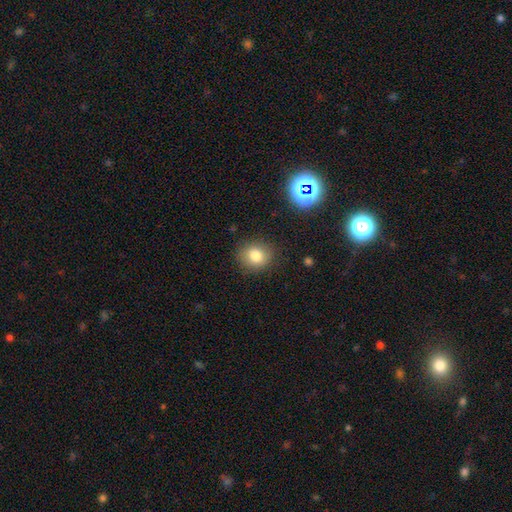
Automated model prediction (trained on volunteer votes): Morphology: type=smooth (80%); roundness=round (77%); merging=none (85%).